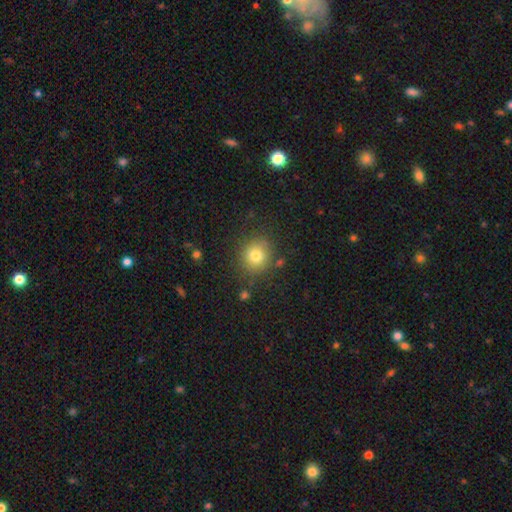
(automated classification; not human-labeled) Smooth or featured: smooth — 77% (star or artifact — 14%)
How rounded: round — 87% (in between — 12%)
Merging: none — 83% (minor disturbance — 11%)